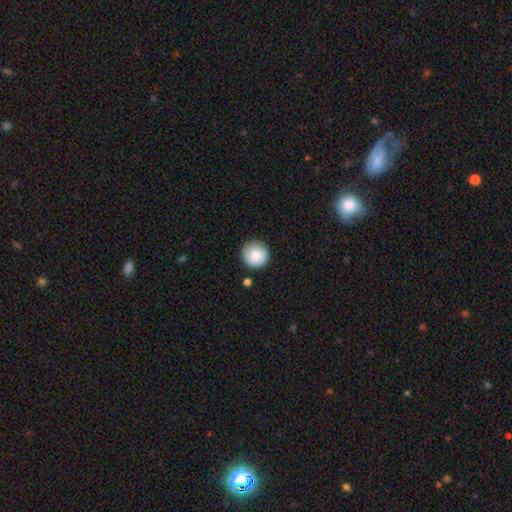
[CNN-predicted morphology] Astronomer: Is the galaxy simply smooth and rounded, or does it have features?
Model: smooth — 85%.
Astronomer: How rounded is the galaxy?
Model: round — 95%.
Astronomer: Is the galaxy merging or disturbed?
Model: none — 88%.